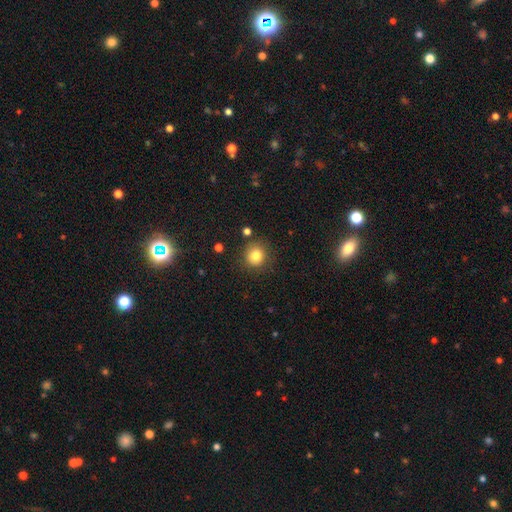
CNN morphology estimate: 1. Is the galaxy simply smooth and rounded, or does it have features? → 81% smooth, 12% star or artifact, 7% featured or disk.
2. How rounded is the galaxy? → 90% round, 9% in between, 1% cigar-shaped.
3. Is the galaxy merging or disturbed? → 86% none, 9% minor disturbance, 3% major disturbance, 3% merger.